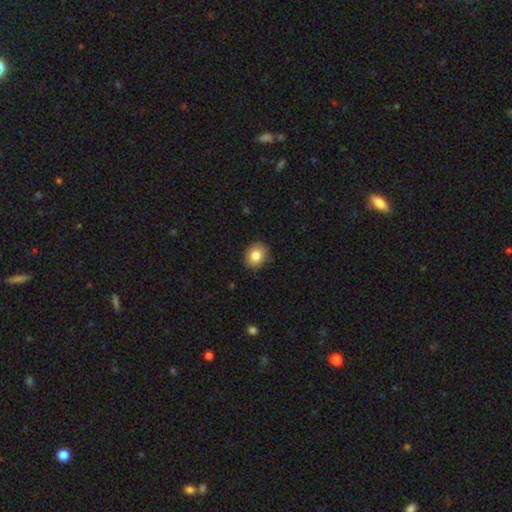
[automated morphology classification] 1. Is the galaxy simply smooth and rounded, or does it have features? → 83% smooth, 9% star or artifact, 8% featured or disk.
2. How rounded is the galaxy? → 55% round, 45% in between, 1% cigar-shaped.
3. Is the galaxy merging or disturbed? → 86% none, 11% minor disturbance, 2% major disturbance, 1% merger.